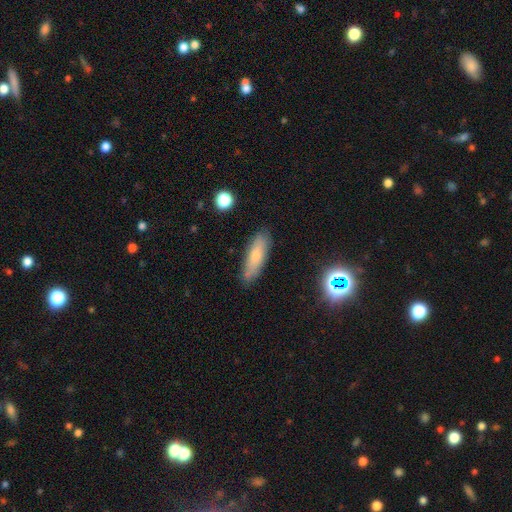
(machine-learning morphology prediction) This is likely a smooth galaxy (69%). How rounded: possibly cigar-shaped (52%). Merging: likely none (80%).